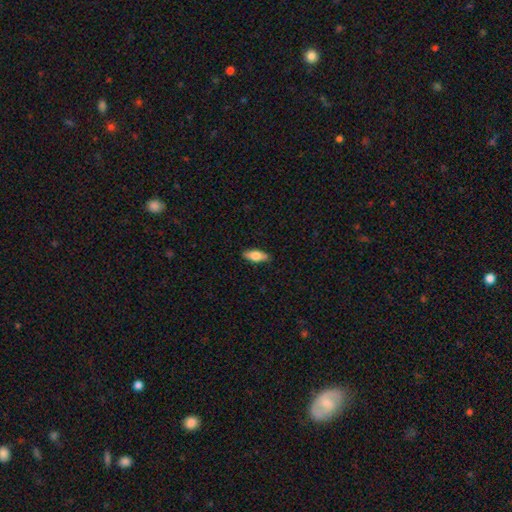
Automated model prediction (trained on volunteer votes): Smooth or featured? smooth (71%)
How rounded? in between (73%)
Merging? none (88%)